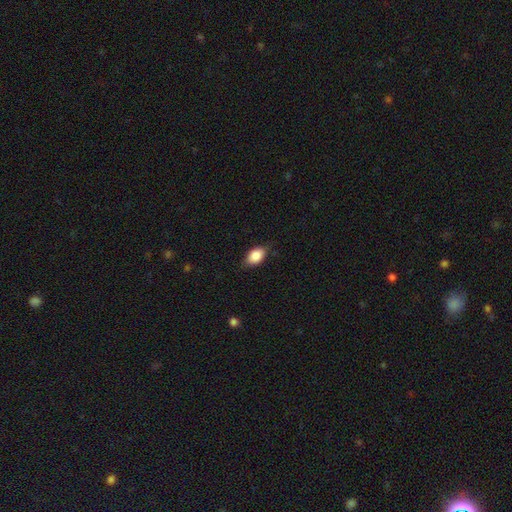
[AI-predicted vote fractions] The model was most divided on "merging": none: 79%, minor disturbance: 17%, major disturbance: 3%, merger: 1%. More confident: how rounded — in between (87%); smooth or featured — smooth (85%).